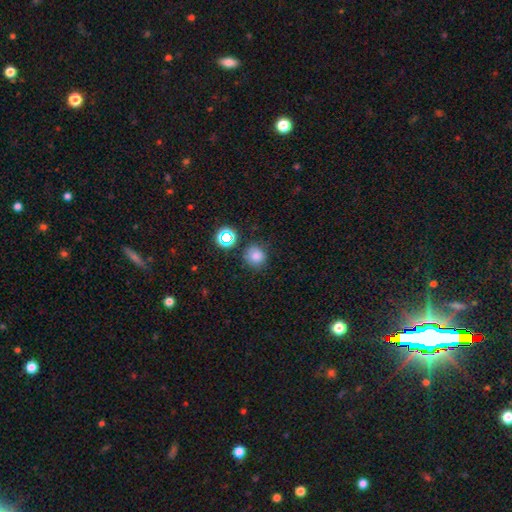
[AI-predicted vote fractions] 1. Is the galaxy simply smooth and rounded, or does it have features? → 78% smooth, 17% star or artifact, 6% featured or disk.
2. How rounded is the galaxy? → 87% round, 12% in between, 1% cigar-shaped.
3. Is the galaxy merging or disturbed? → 80% none, 12% minor disturbance, 4% merger, 4% major disturbance.